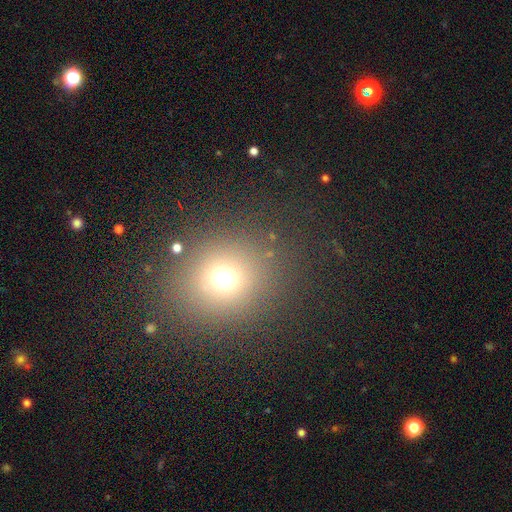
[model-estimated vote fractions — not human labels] Morphology: type=smooth (65%); roundness=round (76%); merging=none (89%).